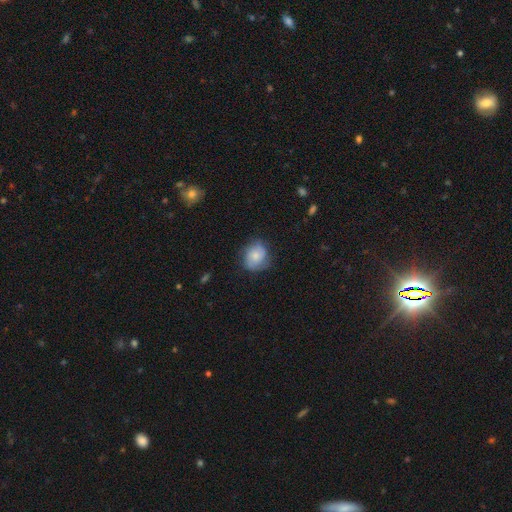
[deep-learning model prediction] Smooth or featured?
  - smooth: 63% *
  - featured or disk: 30%
  - star or artifact: 8%
How rounded?
  - round: 67% *
  - in between: 32%
  - cigar-shaped: 1%
Merging?
  - none: 68% *
  - minor disturbance: 23%
  - major disturbance: 7%
  - merger: 1%